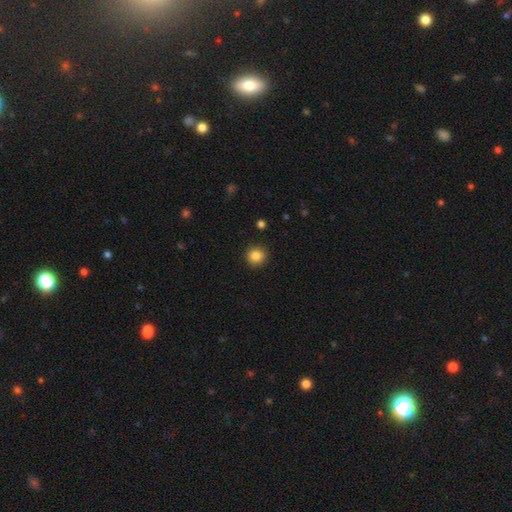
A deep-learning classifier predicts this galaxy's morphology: Smooth or featured?
  - smooth: 85% *
  - star or artifact: 10%
  - featured or disk: 4%
How rounded?
  - round: 93% *
  - in between: 6%
  - cigar-shaped: 1%
Merging?
  - none: 91% *
  - minor disturbance: 6%
  - major disturbance: 2%
  - merger: 1%